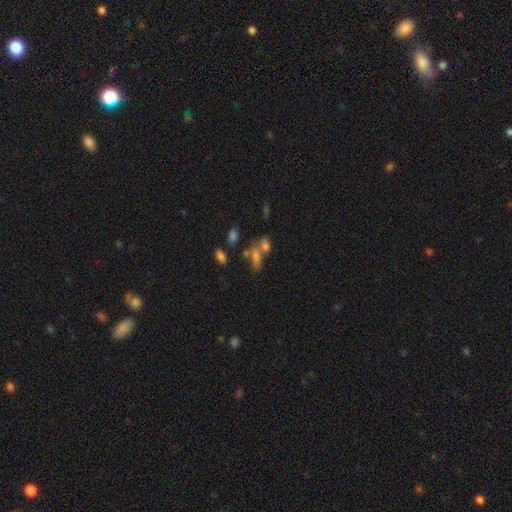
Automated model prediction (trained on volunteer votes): Q: Smooth or featured?
A: smooth (56%); runner-up: star or artifact (22%)
Q: How rounded?
A: in between (70%); runner-up: cigar-shaped (16%)
Q: Merging?
A: merger (43%); runner-up: none (37%)